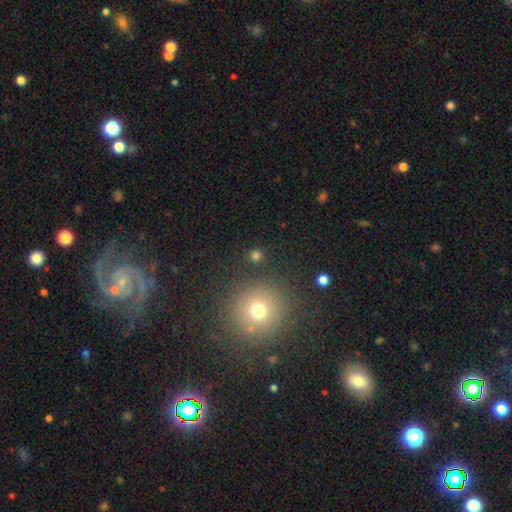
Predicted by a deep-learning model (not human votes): Q: Smooth or featured?
A: smooth (74%); runner-up: star or artifact (20%)
Q: How rounded?
A: round (92%); runner-up: in between (7%)
Q: Merging?
A: none (86%); runner-up: minor disturbance (6%)